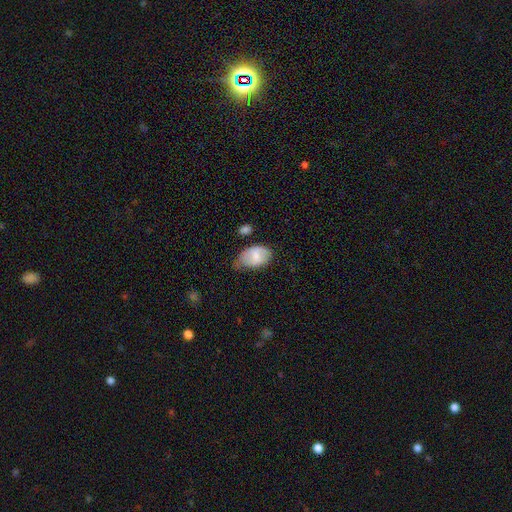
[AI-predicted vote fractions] This is likely a smooth galaxy (71%). How rounded: clearly in between (90%). Merging: possibly none (50%).